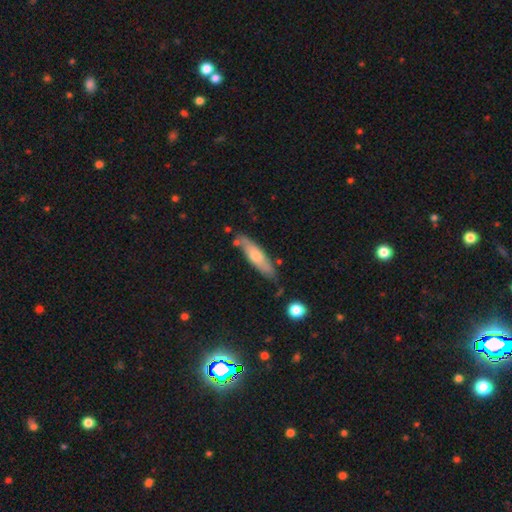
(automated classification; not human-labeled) smooth-or-featured: smooth: 56% | featured or disk: 38% | star or artifact: 5%
  how-rounded: cigar-shaped: 70% | in between: 28% | round: 2%
  merging: none: 74% | minor disturbance: 17% | merger: 6% | major disturbance: 3%